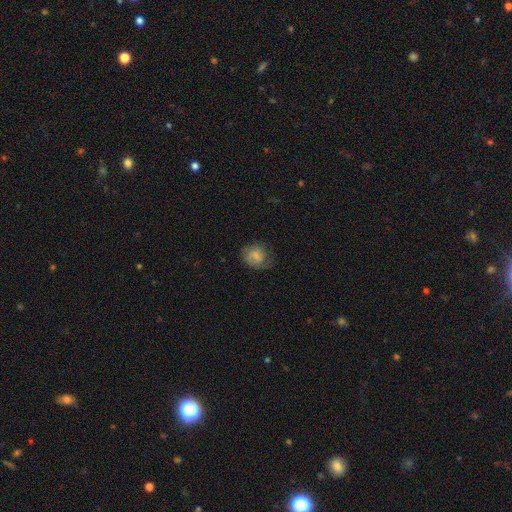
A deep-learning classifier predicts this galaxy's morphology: Overall: smooth (66%; featured or disk 26%). How rounded: round (67%; in between 32%). Merging: none (60%; minor disturbance 26%).